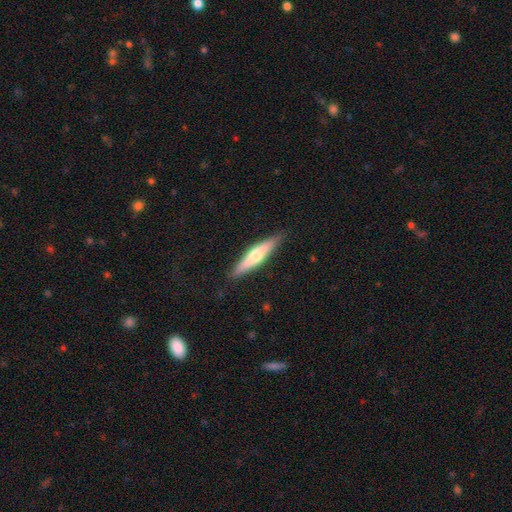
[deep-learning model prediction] A featured or disk galaxy (48%).

Vote fractions:
- Smooth or featured? featured or disk: 48% / smooth: 47% / star or artifact: 6%
- Merging? none: 87% / minor disturbance: 9% / major disturbance: 2% / merger: 1%